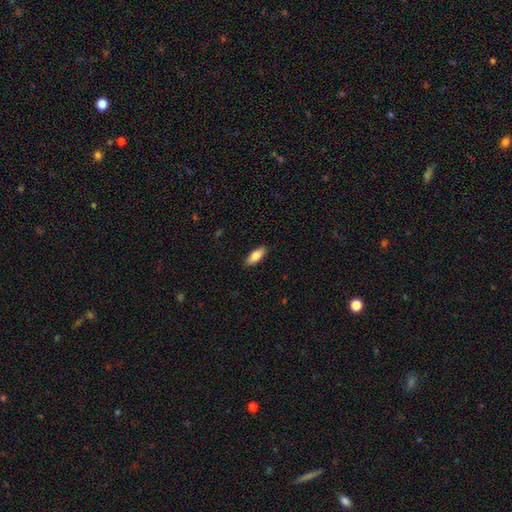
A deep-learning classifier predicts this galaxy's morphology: Smooth or featured?
  - smooth: 81% *
  - featured or disk: 13%
  - star or artifact: 6%
How rounded?
  - in between: 74% *
  - cigar-shaped: 24%
  - round: 2%
Merging?
  - none: 89% *
  - minor disturbance: 8%
  - major disturbance: 2%
  - merger: 1%